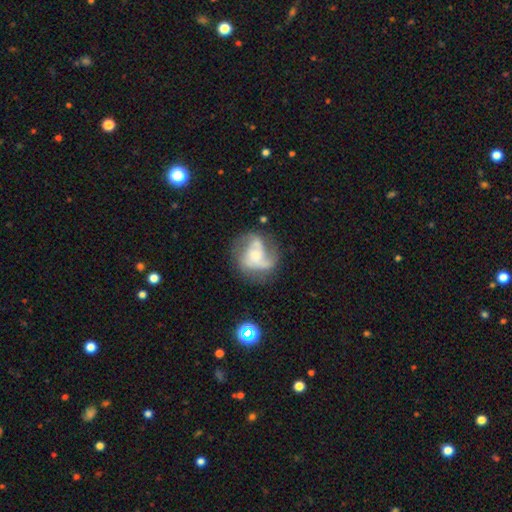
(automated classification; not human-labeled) smooth_or_featured: featured or disk (p=0.67) [alt: smooth p=0.24]
disk_edge_on: no (p=0.98) [alt: yes p=0.02]
bar: no (p=0.69) [alt: weak p=0.24]
has_spiral_arms: yes (p=0.81) [alt: no p=0.19]
spiral_winding: medium (p=0.43) [alt: loose p=0.38]
spiral_arm_count: 2 (p=0.34) [alt: 3 p=0.29]
bulge_size: none (p=0.32) [alt: small p=0.26]
merging: none (p=0.46) [alt: major disturbance p=0.27]